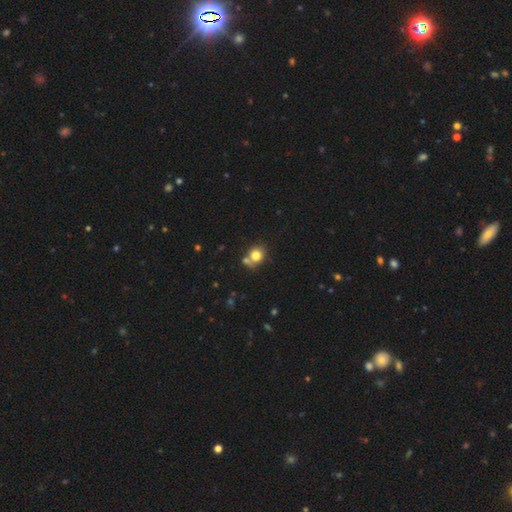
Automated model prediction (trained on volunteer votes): Smooth or featured: smooth — 79% (star or artifact — 11%)
How rounded: round — 73% (in between — 26%)
Merging: none — 56% (merger — 27%)